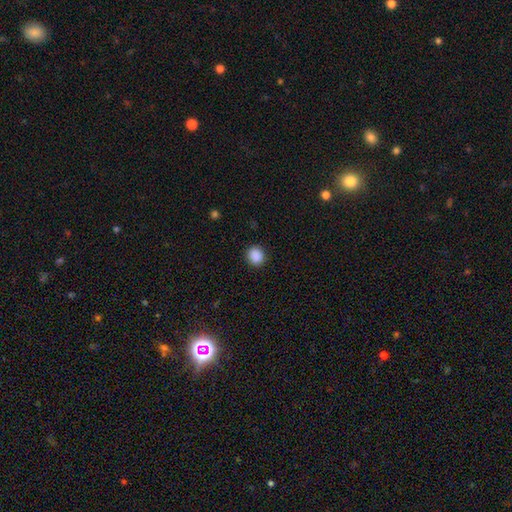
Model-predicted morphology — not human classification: A smooth galaxy with no disk features (89%) that is round (81%).

Vote fractions:
- Smooth or featured? smooth: 89% / star or artifact: 9% / featured or disk: 2%
- How rounded? round: 81% / in between: 18% / cigar-shaped: 1%
- Merging? none: 91% / minor disturbance: 6% / major disturbance: 2% / merger: 1%